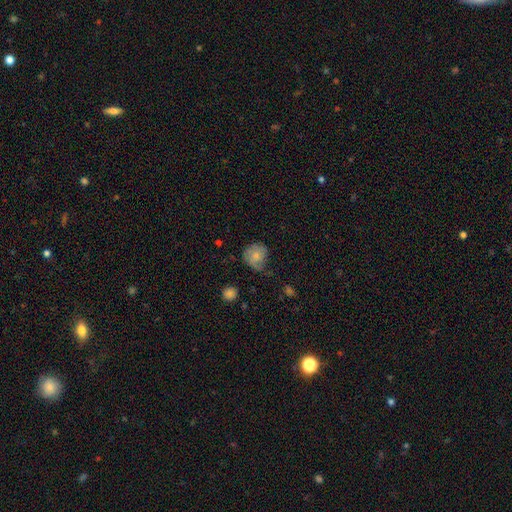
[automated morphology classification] Smooth or featured? smooth (62%)
How rounded? round (77%)
Merging? none (50%)